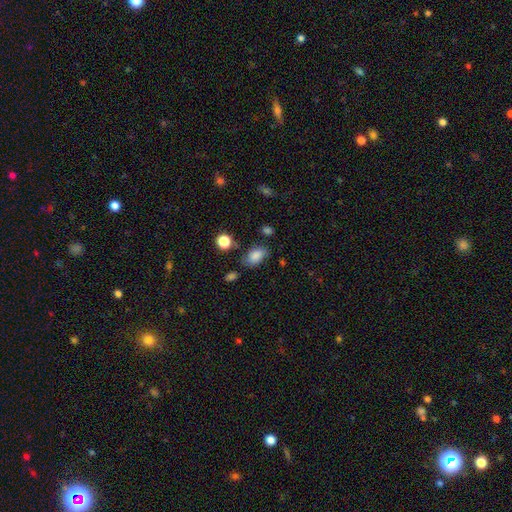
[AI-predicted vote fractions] Smooth or featured? Predicted: smooth (p=0.82). How rounded? Predicted: in between (p=0.87). Merging? Predicted: none (p=0.68).